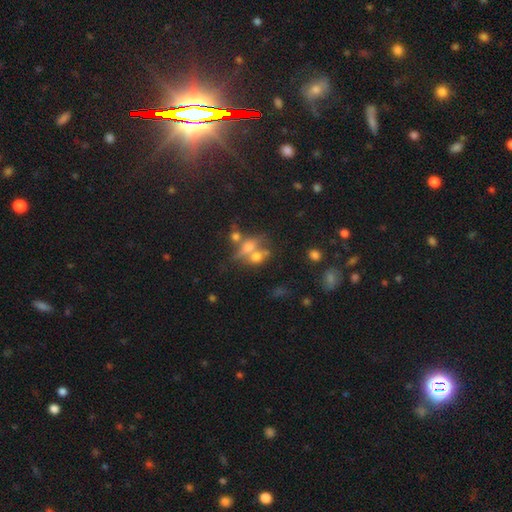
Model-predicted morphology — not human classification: Overall: smooth (48%; featured or disk 32%). Merging: merger (48%; none 34%).